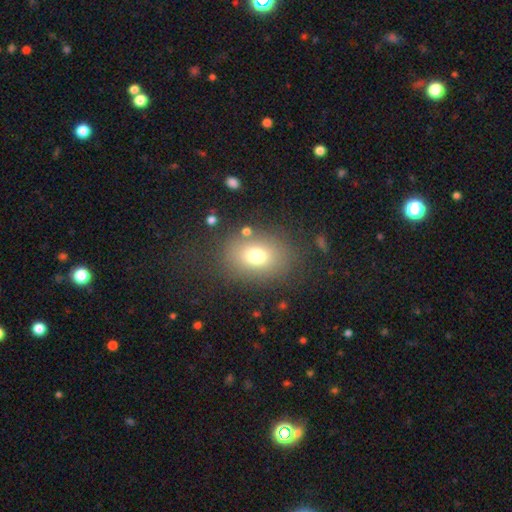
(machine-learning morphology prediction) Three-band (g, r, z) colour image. It shows a smooth galaxy with no disk features (71%) that is in between round and cigar-shaped (56%). Merging: none (77%).